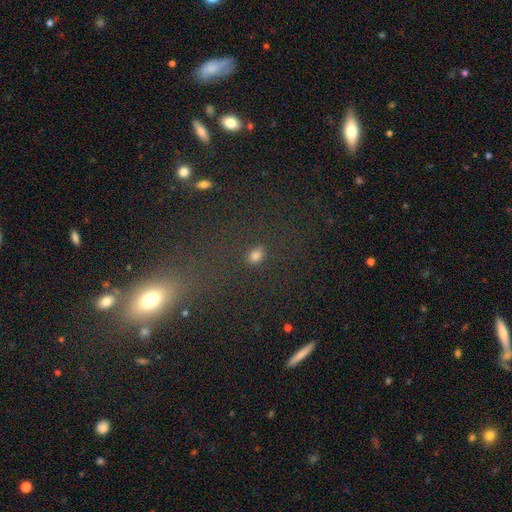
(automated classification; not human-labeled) smooth-or-featured: smooth: 59% | star or artifact: 29% | featured or disk: 12%
  how-rounded: round: 63% | in between: 30% | cigar-shaped: 8%
  merging: none: 75% | minor disturbance: 11% | merger: 8% | major disturbance: 6%